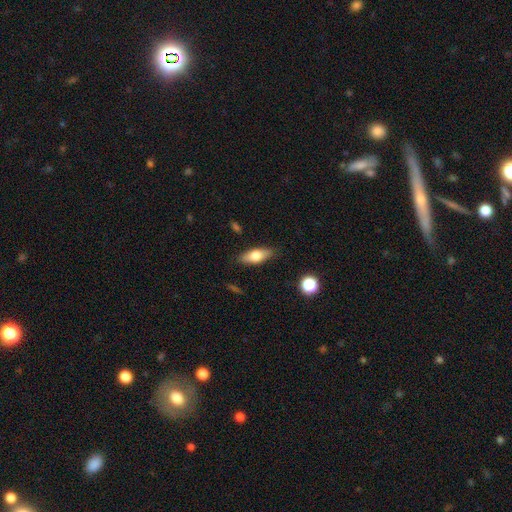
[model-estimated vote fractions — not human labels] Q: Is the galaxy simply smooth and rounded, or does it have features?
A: smooth — 67%.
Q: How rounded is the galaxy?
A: in between — 74%.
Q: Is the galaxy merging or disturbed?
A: none — 85%.